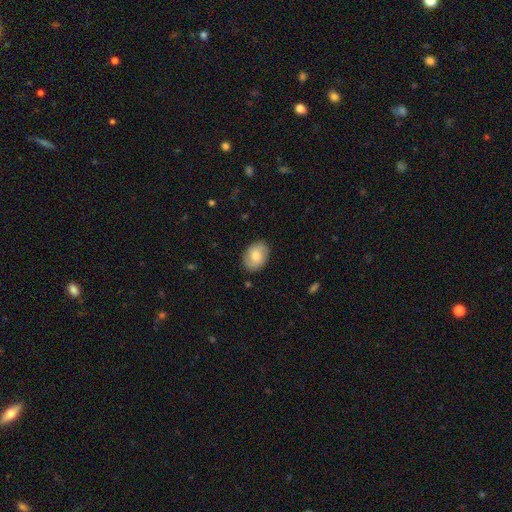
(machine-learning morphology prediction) Smooth or featured? smooth (64%)
How rounded? in between (72%)
Merging? none (84%)